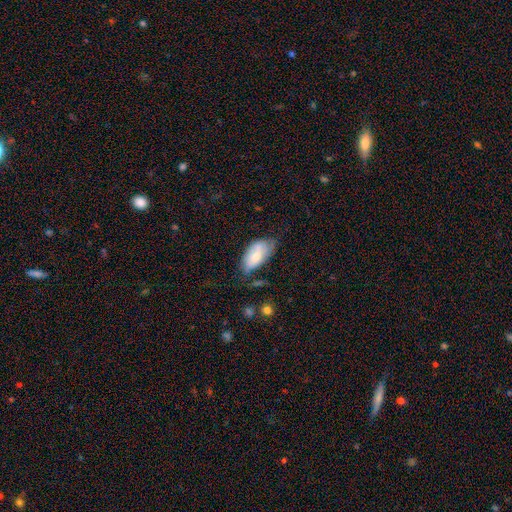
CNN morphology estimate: type=smooth (64%); roundness=in between (94%); merging=none (46%).